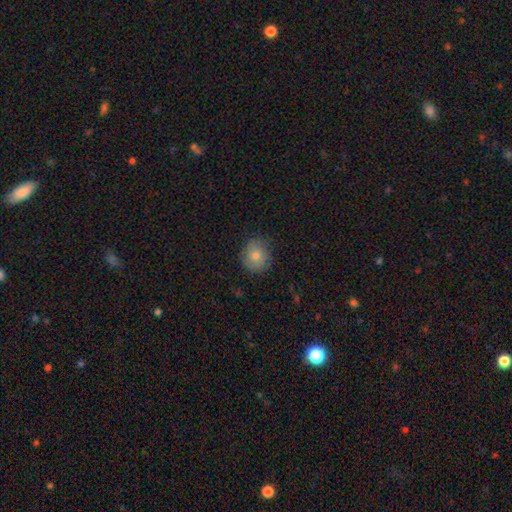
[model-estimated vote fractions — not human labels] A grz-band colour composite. It shows a smooth galaxy with no disk features (74%) that is round (82%). Merging: none (81%).